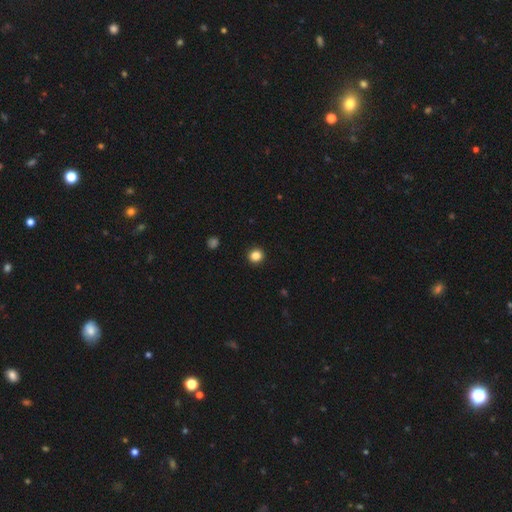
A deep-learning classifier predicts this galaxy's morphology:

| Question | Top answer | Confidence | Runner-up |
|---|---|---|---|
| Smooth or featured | smooth | 85% | star or artifact (12%) |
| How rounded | round | 91% | in between (8%) |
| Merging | none | 93% | minor disturbance (5%) |